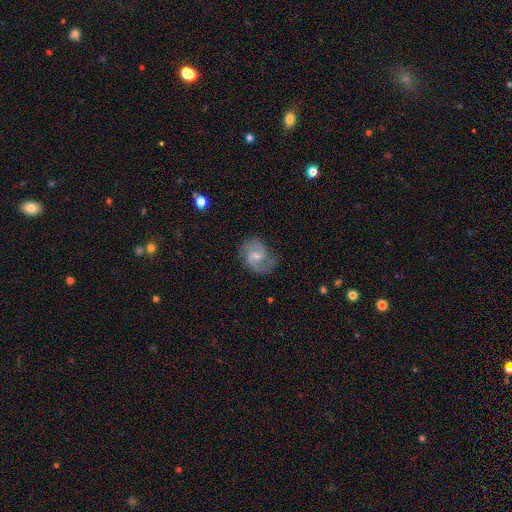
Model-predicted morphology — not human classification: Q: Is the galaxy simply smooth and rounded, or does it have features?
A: featured or disk — 83%.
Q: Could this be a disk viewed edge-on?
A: no — 98%.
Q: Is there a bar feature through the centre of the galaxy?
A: weak — 60%.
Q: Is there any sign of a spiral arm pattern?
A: yes — 96%.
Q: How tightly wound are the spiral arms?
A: medium — 56%.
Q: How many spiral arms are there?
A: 2 — 89%.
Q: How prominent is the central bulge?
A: small — 57%.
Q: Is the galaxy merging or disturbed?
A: none — 74%.